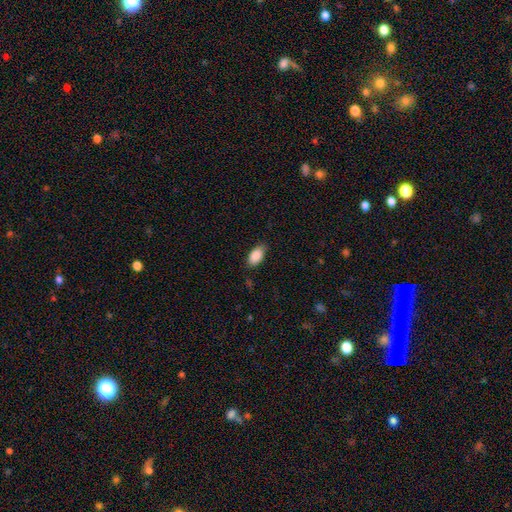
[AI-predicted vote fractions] smooth 89%, star or artifact 7%, featured or disk 5%. Down the decision tree: how rounded — in between (93%); merging — none (77%).